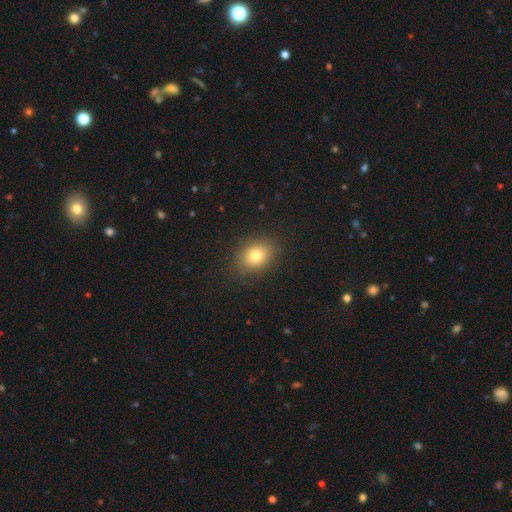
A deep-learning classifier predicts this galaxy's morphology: Smooth or featured? Predicted: smooth (p=0.80). How rounded? Predicted: in between (p=0.56). Merging? Predicted: none (p=0.87).